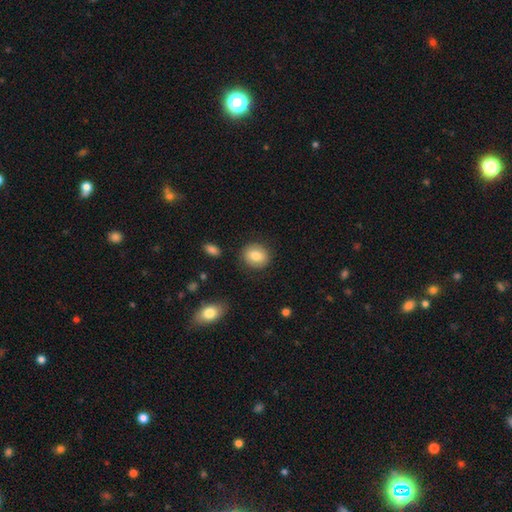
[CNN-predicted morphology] Smooth or featured? smooth (82%)
How rounded? round (67%)
Merging? none (85%)